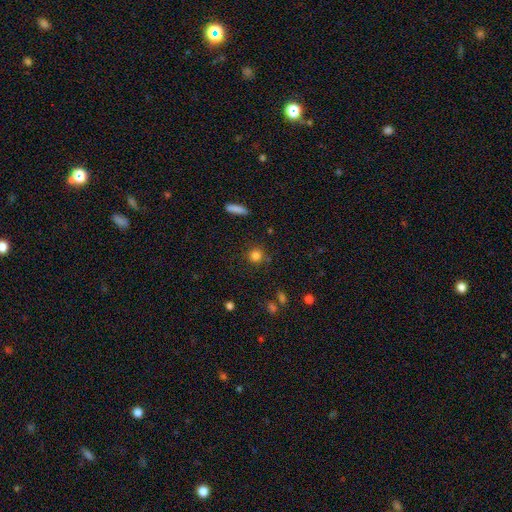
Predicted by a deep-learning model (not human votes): Smooth or featured? smooth (82%)
How rounded? round (90%)
Merging? none (83%)